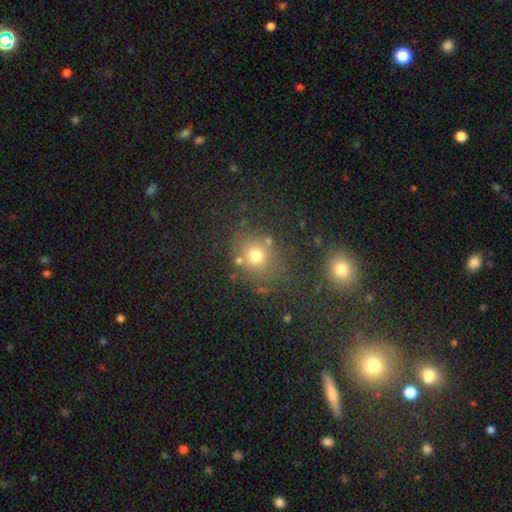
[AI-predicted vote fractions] This appears to be a smooth galaxy with no disk features (70%) that is round (79%). Merging: none (74%).